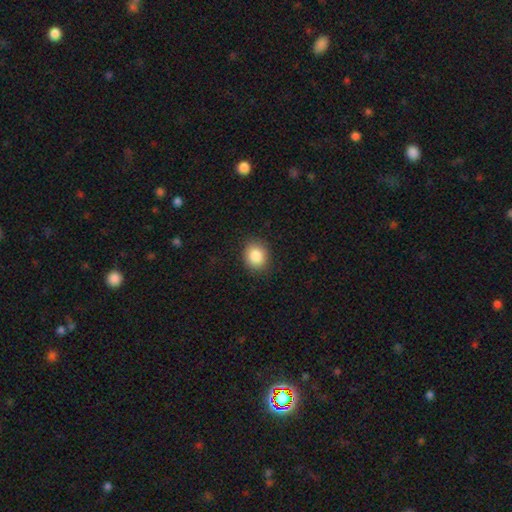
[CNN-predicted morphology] Smooth or featured?
  - smooth: 87% *
  - star or artifact: 8%
  - featured or disk: 5%
How rounded?
  - round: 63% *
  - in between: 36%
  - cigar-shaped: 1%
Merging?
  - none: 87% *
  - minor disturbance: 9%
  - major disturbance: 3%
  - merger: 1%